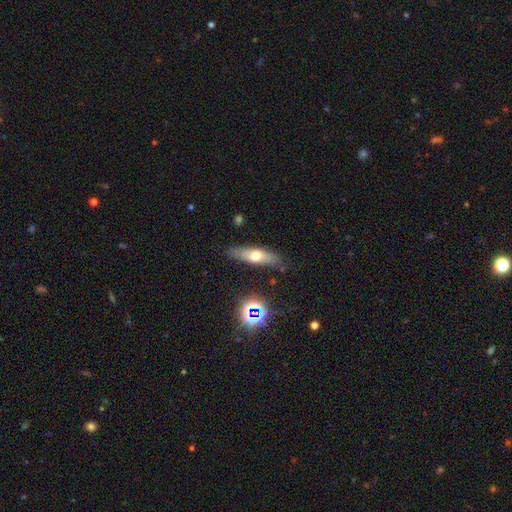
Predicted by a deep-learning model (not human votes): Smooth or featured?
  - smooth: 54% *
  - featured or disk: 36%
  - star or artifact: 10%
How rounded?
  - cigar-shaped: 57% *
  - in between: 39%
  - round: 3%
Merging?
  - none: 82% *
  - minor disturbance: 13%
  - major disturbance: 3%
  - merger: 2%